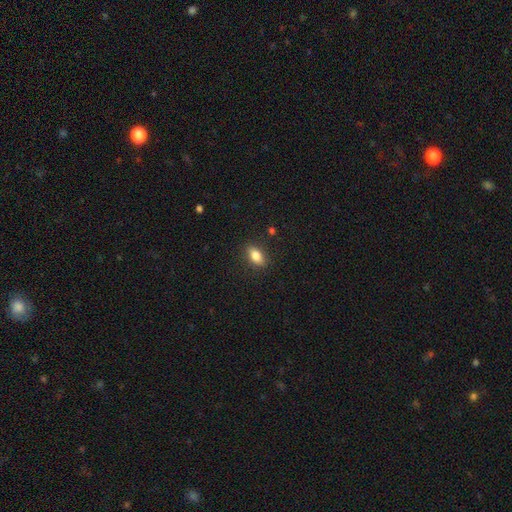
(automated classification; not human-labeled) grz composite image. It shows a smooth galaxy with no disk features (82%) that is in between round and cigar-shaped (85%). Merging: none (86%).